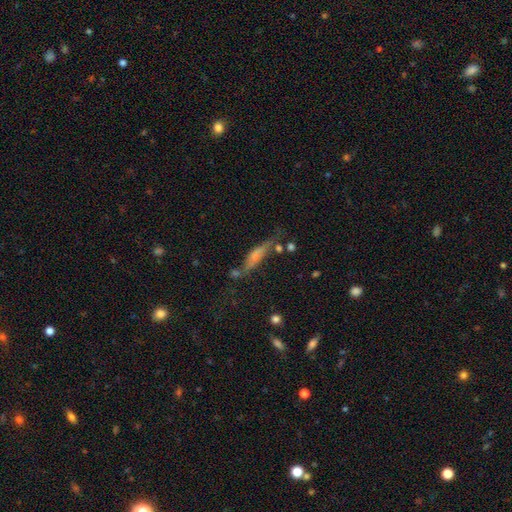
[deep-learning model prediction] Smooth or featured? Predicted: smooth (p=0.50). Merging? Predicted: none (p=0.54).